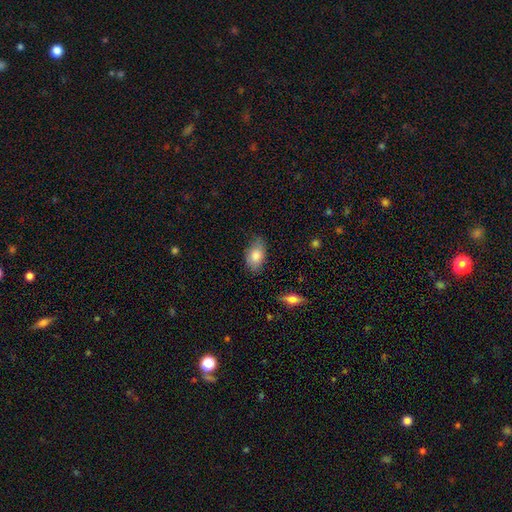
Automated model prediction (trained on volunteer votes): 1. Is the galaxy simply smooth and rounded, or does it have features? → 82% smooth, 12% featured or disk, 7% star or artifact.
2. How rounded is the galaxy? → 90% in between, 8% round, 2% cigar-shaped.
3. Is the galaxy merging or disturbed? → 71% none, 24% minor disturbance, 4% major disturbance, 1% merger.